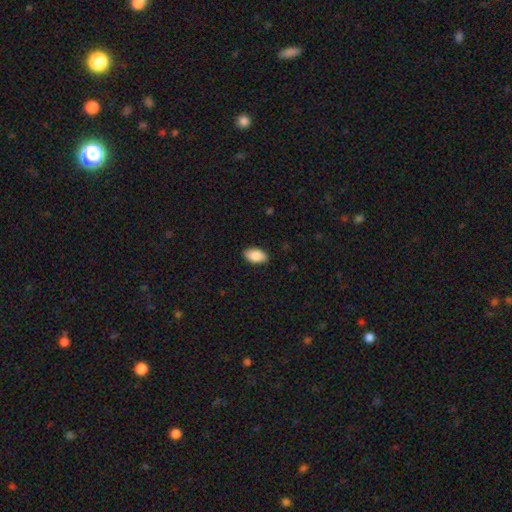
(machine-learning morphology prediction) smooth 89%, star or artifact 6%, featured or disk 5%. Down the decision tree: how rounded — in between (94%); merging — none (88%).